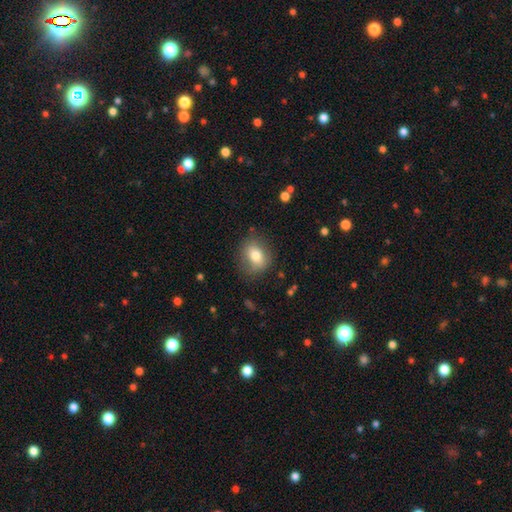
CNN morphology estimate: type=smooth (74%); roundness=in between (51%); merging=none (77%).